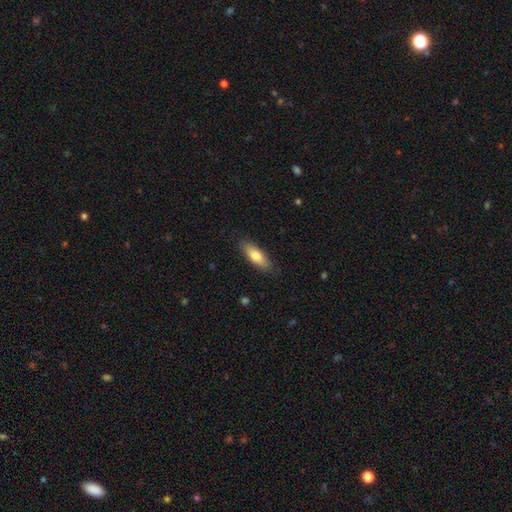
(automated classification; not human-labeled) Q: Smooth or featured?
A: smooth (74%); runner-up: featured or disk (20%)
Q: How rounded?
A: in between (63%); runner-up: cigar-shaped (35%)
Q: Merging?
A: none (85%); runner-up: minor disturbance (11%)